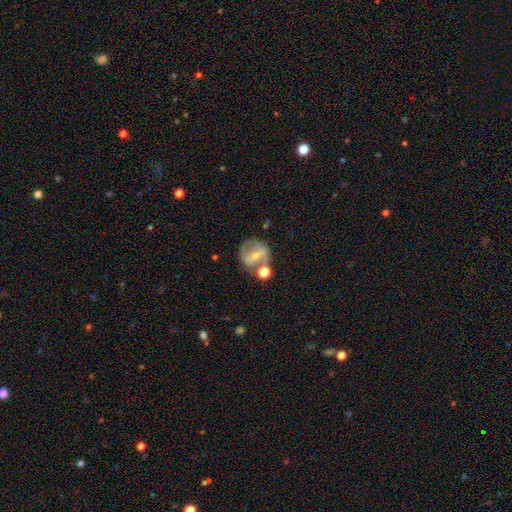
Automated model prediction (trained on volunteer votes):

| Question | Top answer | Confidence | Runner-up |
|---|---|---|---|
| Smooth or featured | featured or disk | 61% | smooth (29%) |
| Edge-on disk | no | 95% | yes (5%) |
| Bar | strong | 46% | weak (33%) |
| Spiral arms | yes | 67% | no (33%) |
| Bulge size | small | 62% | moderate (31%) |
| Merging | none | 56% | merger (20%) |